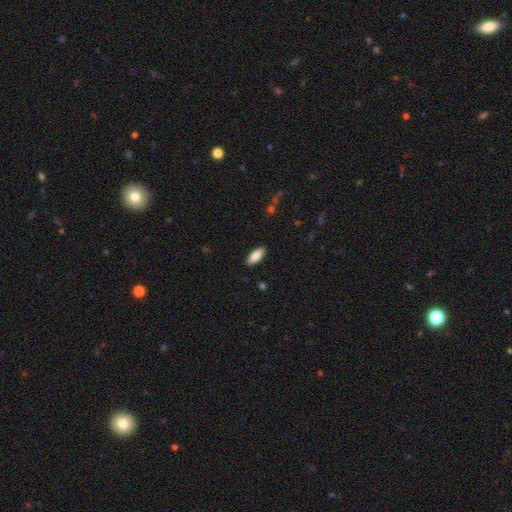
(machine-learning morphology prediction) This appears to be a smooth galaxy with no disk features (87%) that is in between round and cigar-shaped (82%). Merging: none (88%).